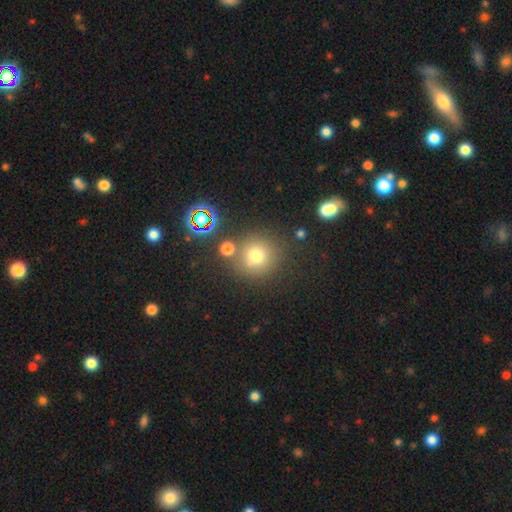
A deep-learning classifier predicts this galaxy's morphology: Overall: smooth (71%). How rounded: round (91%). Merging: none (74%).